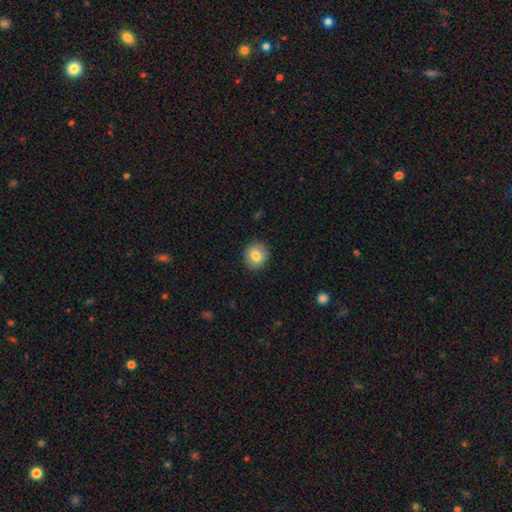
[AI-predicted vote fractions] Morphology: type=smooth (82%); roundness=round (78%); merging=none (89%).